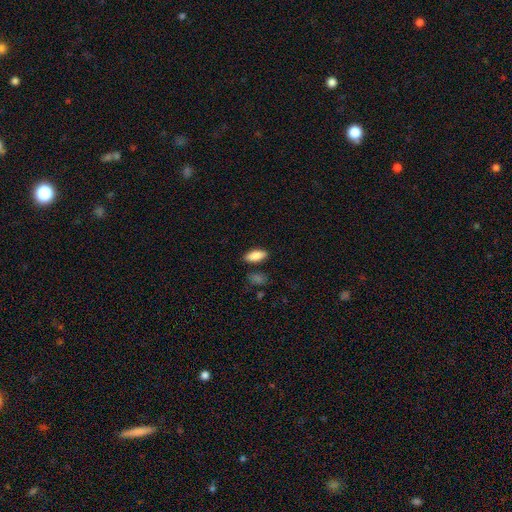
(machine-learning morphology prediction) Smooth or featured? Predicted: smooth (p=0.87). How rounded? Predicted: in between (p=0.82). Merging? Predicted: none (p=0.83).